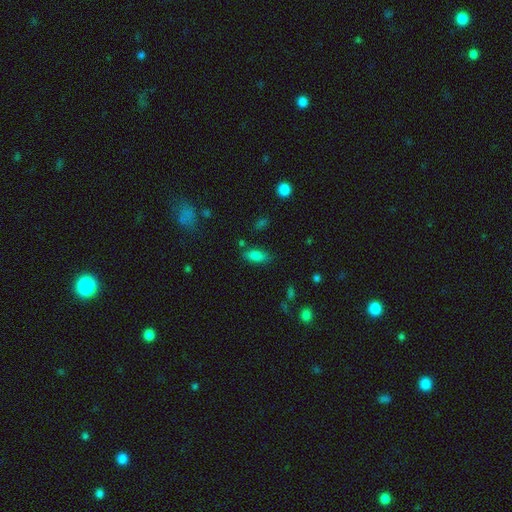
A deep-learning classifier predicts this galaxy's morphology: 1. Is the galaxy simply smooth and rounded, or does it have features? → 82% smooth, 10% star or artifact, 8% featured or disk.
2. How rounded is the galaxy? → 82% in between, 15% cigar-shaped, 3% round.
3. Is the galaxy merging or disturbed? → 76% none, 15% minor disturbance, 4% major disturbance, 4% merger.